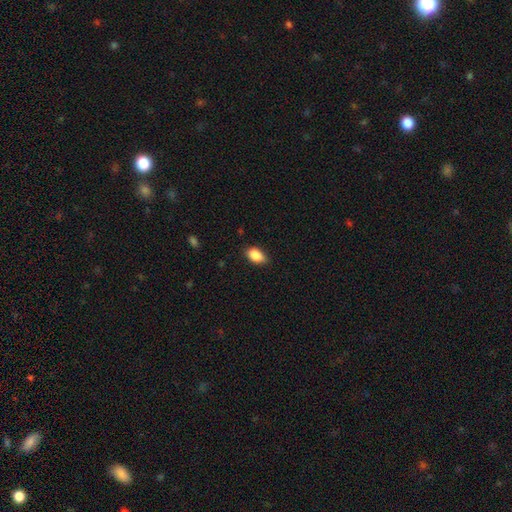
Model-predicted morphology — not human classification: Q: Smooth or featured?
A: smooth (88%); runner-up: star or artifact (7%)
Q: How rounded?
A: in between (90%); runner-up: round (8%)
Q: Merging?
A: none (78%); runner-up: minor disturbance (18%)